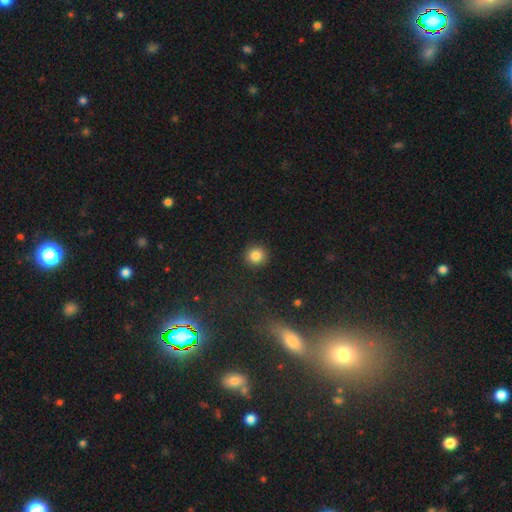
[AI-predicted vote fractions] A smooth galaxy with no disk features (84%) that is round (90%). Merging: none (91%).